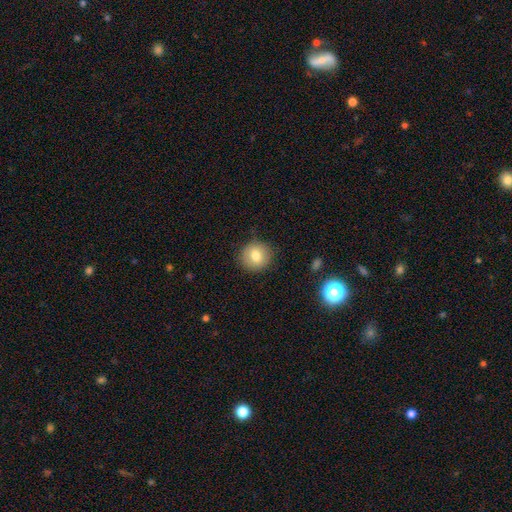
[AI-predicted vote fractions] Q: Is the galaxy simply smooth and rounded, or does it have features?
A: smooth — 79%.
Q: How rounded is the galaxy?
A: round — 91%.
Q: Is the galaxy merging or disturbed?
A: none — 88%.